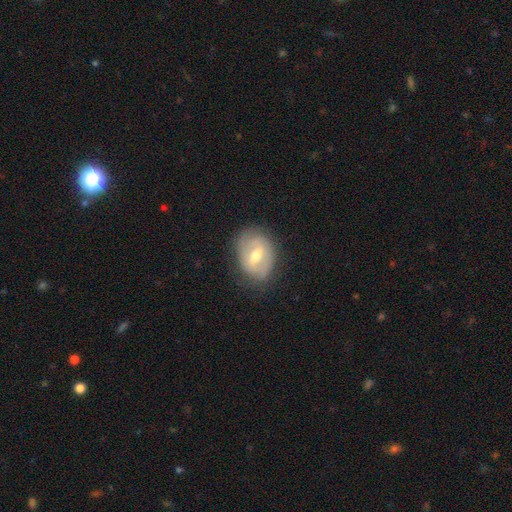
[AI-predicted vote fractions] smooth_or_featured: featured or disk (p=0.58) [alt: smooth p=0.35]
disk_edge_on: no (p=0.94) [alt: yes p=0.06]
bar: weak (p=0.49) [alt: strong p=0.26]
has_spiral_arms: yes (p=0.51) [alt: no p=0.49]
bulge_size: moderate (p=0.76) [alt: small p=0.15]
merging: none (p=0.75) [alt: minor disturbance p=0.18]